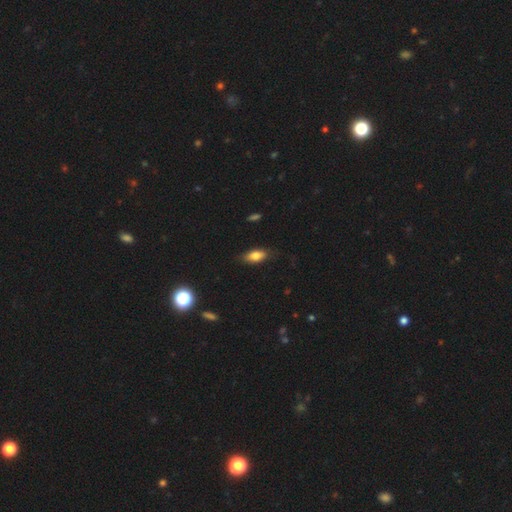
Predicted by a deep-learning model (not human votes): This appears to be a smooth galaxy with no disk features (78%) that is in between round and cigar-shaped (85%). Merging: none (79%).